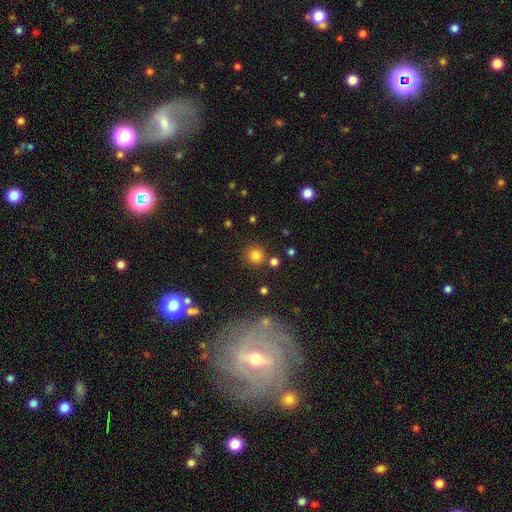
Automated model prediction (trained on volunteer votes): Smooth or featured: smooth — 80% (star or artifact — 14%)
How rounded: round — 93% (in between — 6%)
Merging: none — 82% (minor disturbance — 8%)